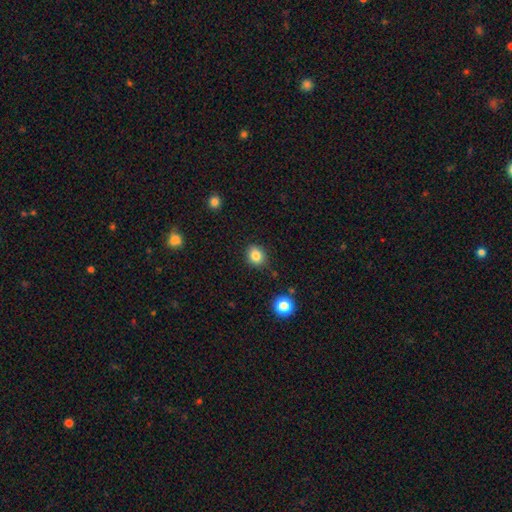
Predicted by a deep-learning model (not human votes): smooth_or_featured: smooth (p=0.84) [alt: star or artifact p=0.11]
how_rounded: round (p=0.67) [alt: in between p=0.32]
merging: none (p=0.86) [alt: minor disturbance p=0.10]